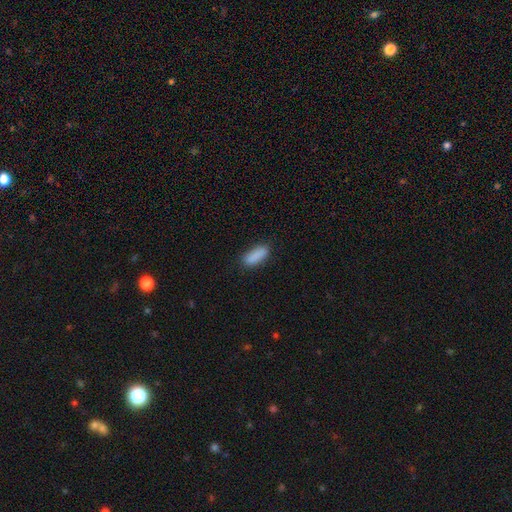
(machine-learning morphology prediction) This is clearly a smooth galaxy (88%). How rounded: likely in between (66%). Merging: clearly none (84%).